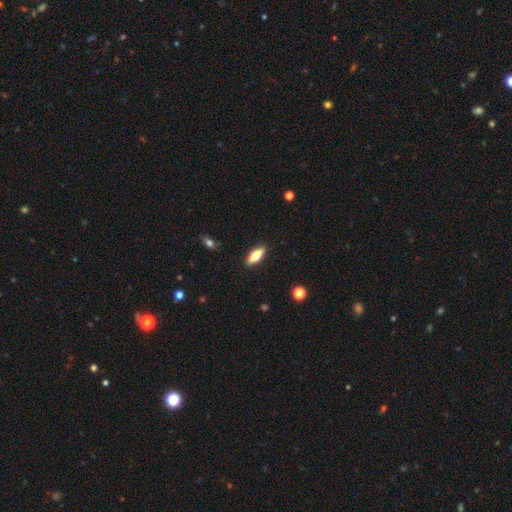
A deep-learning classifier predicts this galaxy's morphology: type=smooth (67%); roundness=in between (65%); merging=none (89%).